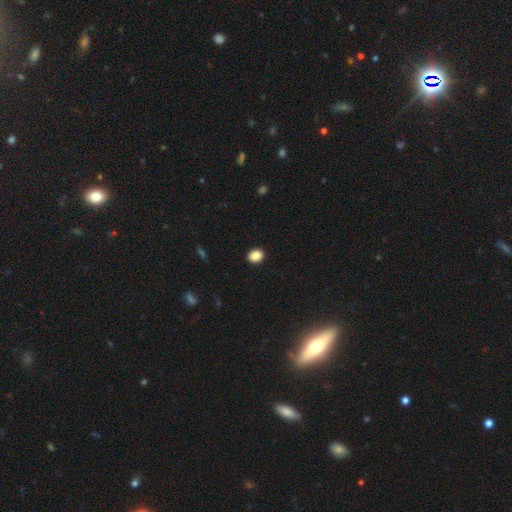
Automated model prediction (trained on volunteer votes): Smooth or featured?
  - smooth: 88% *
  - star or artifact: 9%
  - featured or disk: 3%
How rounded?
  - round: 52% *
  - in between: 47%
  - cigar-shaped: 1%
Merging?
  - none: 91% *
  - minor disturbance: 6%
  - major disturbance: 2%
  - merger: 1%